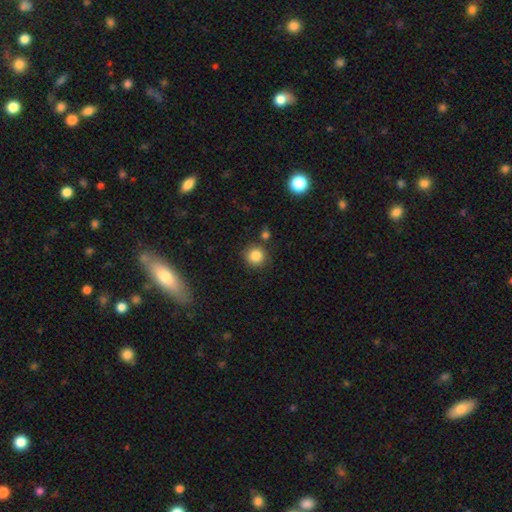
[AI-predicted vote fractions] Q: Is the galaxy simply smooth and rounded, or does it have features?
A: smooth — 84%.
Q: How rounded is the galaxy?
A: round — 92%.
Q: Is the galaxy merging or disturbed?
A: none — 82%.